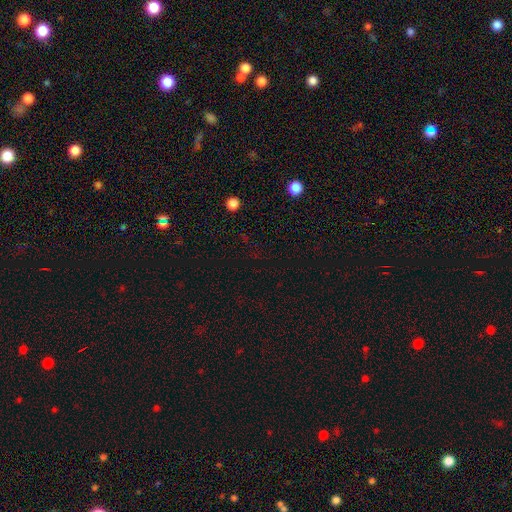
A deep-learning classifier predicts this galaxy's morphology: star or artifact 66%, smooth 27%, featured or disk 7%.